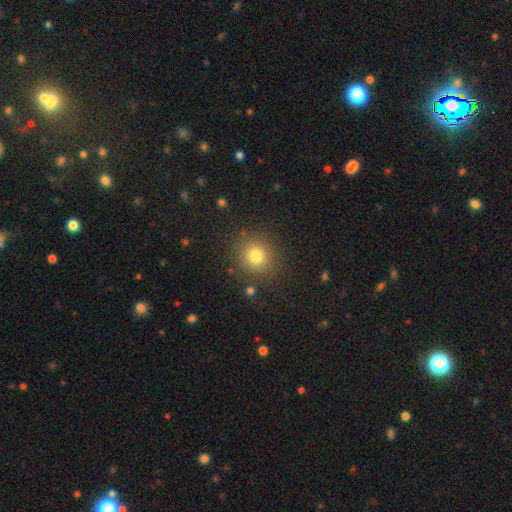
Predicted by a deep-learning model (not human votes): smooth 78%, star or artifact 14%, featured or disk 8%. Down the decision tree: how rounded — round (90%); merging — none (86%).